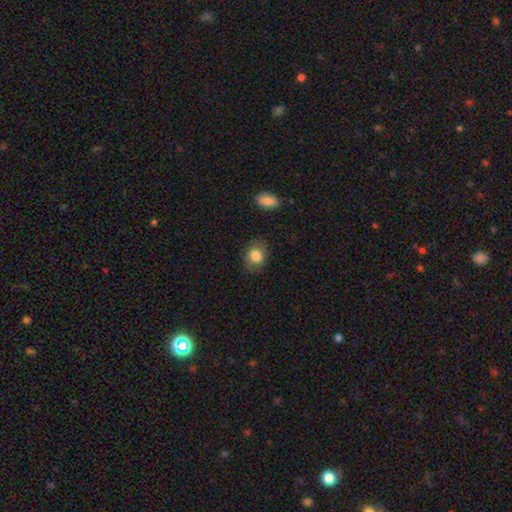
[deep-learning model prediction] Smooth or featured?
  - smooth: 83% *
  - featured or disk: 9%
  - star or artifact: 8%
How rounded?
  - round: 53% *
  - in between: 46%
  - cigar-shaped: 1%
Merging?
  - none: 80% *
  - minor disturbance: 14%
  - major disturbance: 4%
  - merger: 2%